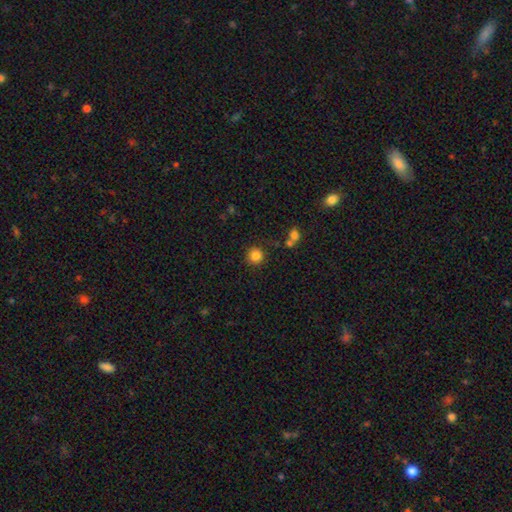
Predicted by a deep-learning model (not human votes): smooth 84%, star or artifact 12%, featured or disk 5%. Down the decision tree: how rounded — round (94%); merging — none (86%).